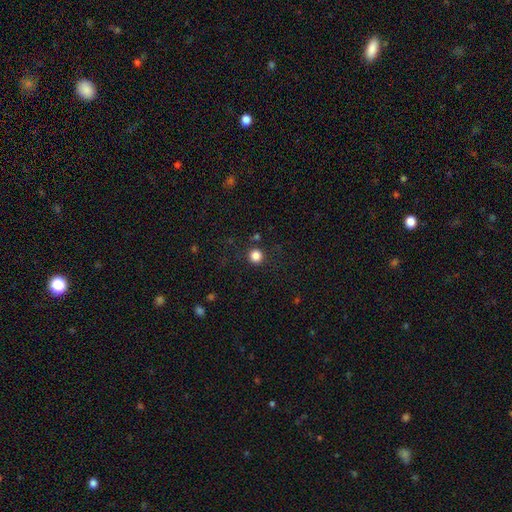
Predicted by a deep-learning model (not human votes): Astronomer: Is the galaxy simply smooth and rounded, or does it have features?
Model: smooth — 84%.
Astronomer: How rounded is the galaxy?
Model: round — 94%.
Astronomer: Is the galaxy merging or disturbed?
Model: none — 89%.